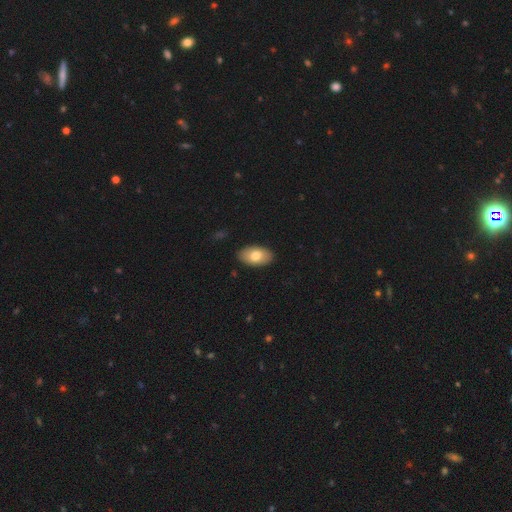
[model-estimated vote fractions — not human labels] A smooth galaxy with no disk features (76%) that is in between round and cigar-shaped (94%). Merging: none (90%).